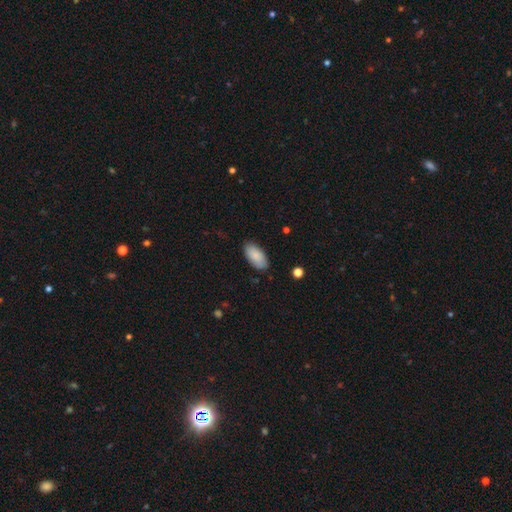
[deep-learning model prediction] smooth_or_featured: smooth (p=0.86) [alt: featured or disk p=0.07]
how_rounded: in between (p=0.94) [alt: cigar-shaped p=0.04]
merging: none (p=0.83) [alt: minor disturbance p=0.13]